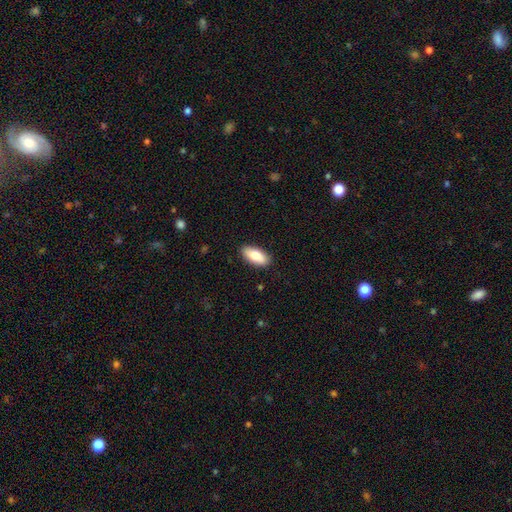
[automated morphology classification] This appears to be a smooth galaxy with no disk features (83%) that is in between round and cigar-shaped (88%). Merging: none (87%).